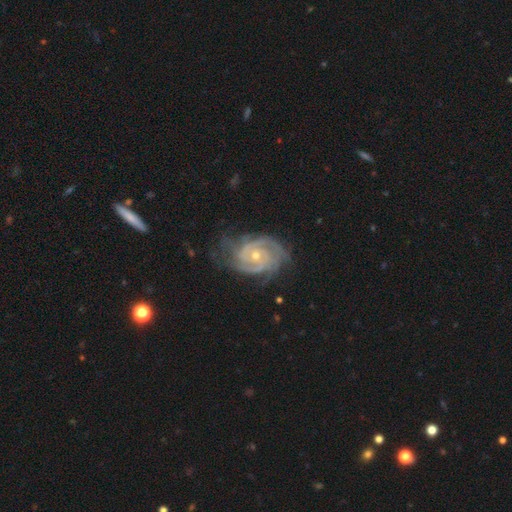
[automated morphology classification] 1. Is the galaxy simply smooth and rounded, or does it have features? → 91% featured or disk, 5% star or artifact, 4% smooth.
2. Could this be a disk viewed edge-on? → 98% no, 2% yes.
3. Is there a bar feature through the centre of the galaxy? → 72% no, 22% weak, 6% strong.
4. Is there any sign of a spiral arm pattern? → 98% yes, 2% no.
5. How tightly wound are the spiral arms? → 71% tight, 25% medium, 4% loose.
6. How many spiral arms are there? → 33% 3, 29% 2, 15% can't tell, 13% 4, 6% more than 4, 6% 1.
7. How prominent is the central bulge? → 62% small, 35% moderate, 1% large, 1% none, 1% dominant.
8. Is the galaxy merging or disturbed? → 66% none, 23% minor disturbance, 10% major disturbance, 2% merger.